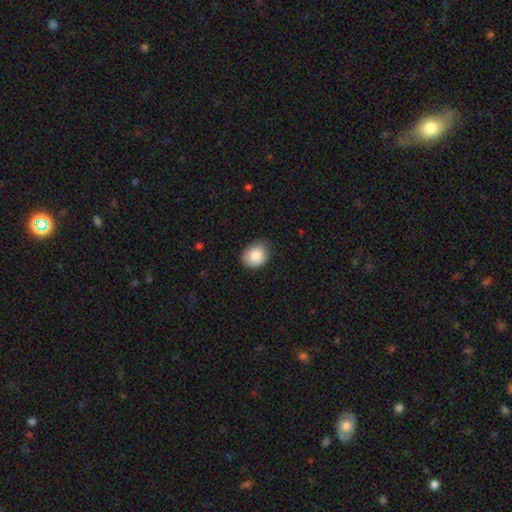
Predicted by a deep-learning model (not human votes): Q: Smooth or featured?
A: smooth (86%); runner-up: star or artifact (7%)
Q: How rounded?
A: round (58%); runner-up: in between (41%)
Q: Merging?
A: none (71%); runner-up: minor disturbance (24%)